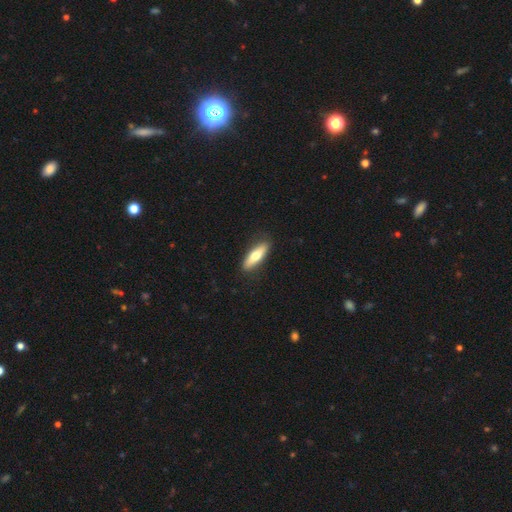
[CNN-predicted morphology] Smooth or featured?
  - smooth: 67% *
  - featured or disk: 27%
  - star or artifact: 5%
How rounded?
  - cigar-shaped: 59% *
  - in between: 39%
  - round: 2%
Merging?
  - none: 87% *
  - minor disturbance: 10%
  - major disturbance: 2%
  - merger: 1%